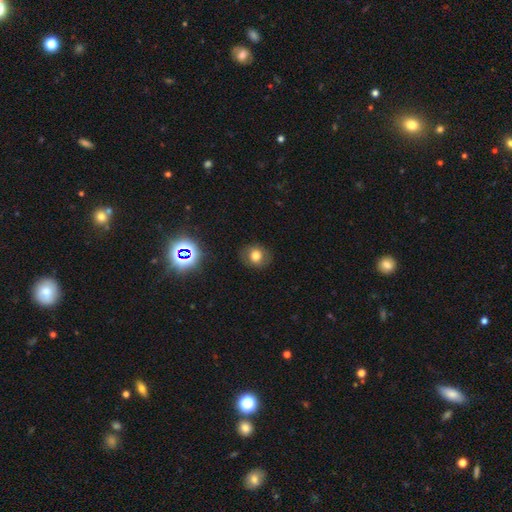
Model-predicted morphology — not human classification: This is likely a smooth galaxy (70%). How rounded: likely round (74%). Merging: clearly none (84%).